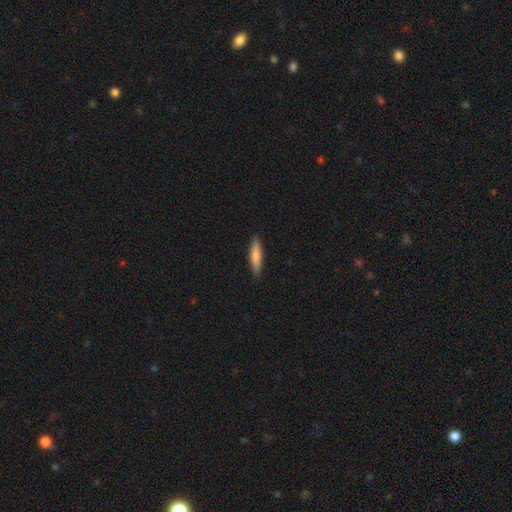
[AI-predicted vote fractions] Overall: smooth (78%). How rounded: cigar-shaped (81%). Merging: none (87%).